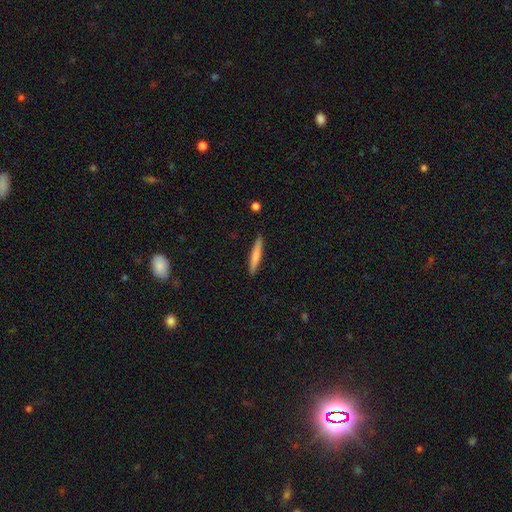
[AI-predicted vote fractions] A smooth galaxy with no disk features (72%) that is cigar-shaped (94%).

Vote fractions:
- Smooth or featured? smooth: 72% / featured or disk: 22% / star or artifact: 5%
- How rounded? cigar-shaped: 94% / in between: 5% / round: 1%
- Merging? none: 90% / minor disturbance: 7% / major disturbance: 2% / merger: 1%